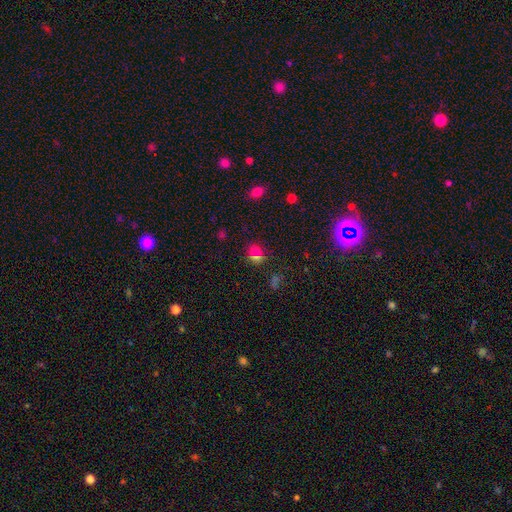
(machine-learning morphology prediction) Smooth or featured?
  - smooth: 58% *
  - star or artifact: 34%
  - featured or disk: 9%
How rounded?
  - round: 72% *
  - in between: 26%
  - cigar-shaped: 2%
Merging?
  - none: 73% *
  - merger: 12%
  - minor disturbance: 10%
  - major disturbance: 4%